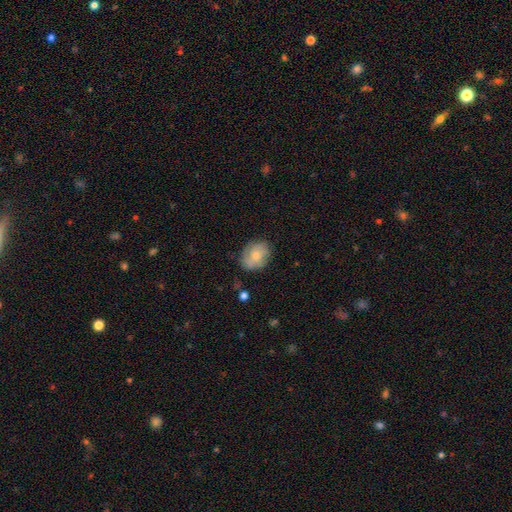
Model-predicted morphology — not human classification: Smooth or featured? Predicted: smooth (p=0.62). How rounded? Predicted: in between (p=0.59). Merging? Predicted: none (p=0.69).